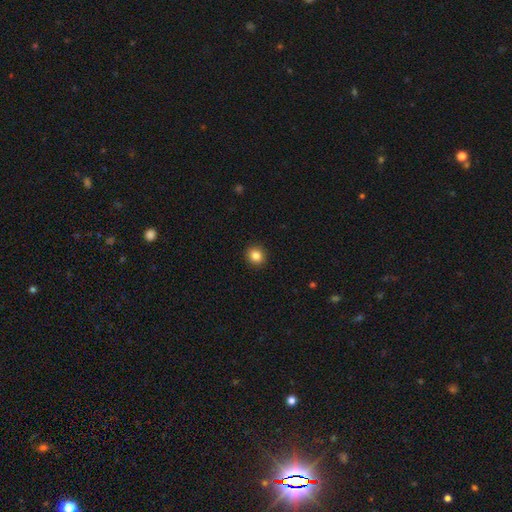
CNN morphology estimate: This is clearly a smooth galaxy (85%). How rounded: clearly round (80%). Merging: clearly none (92%).